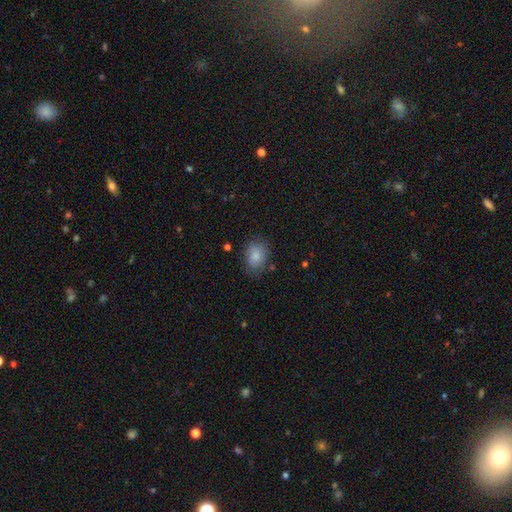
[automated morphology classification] Overall: smooth (85%). How rounded: in between (69%). Merging: none (76%).